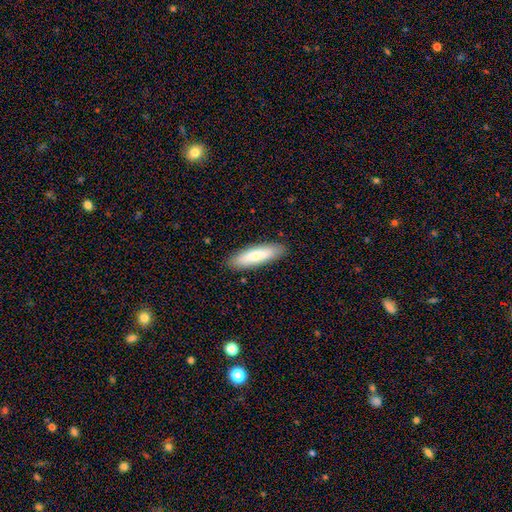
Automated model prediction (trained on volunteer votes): smooth 74%, featured or disk 20%, star or artifact 6%. Down the decision tree: how rounded — cigar-shaped (66%); merging — none (89%).